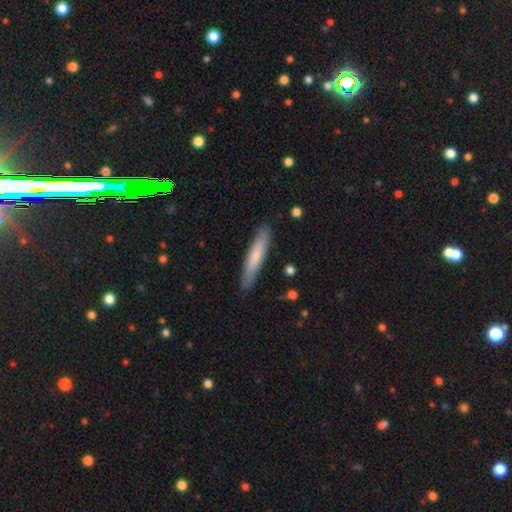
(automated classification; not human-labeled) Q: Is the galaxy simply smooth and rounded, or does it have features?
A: smooth — 72%.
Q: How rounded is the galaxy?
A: cigar-shaped — 90%.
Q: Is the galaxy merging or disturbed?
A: none — 87%.